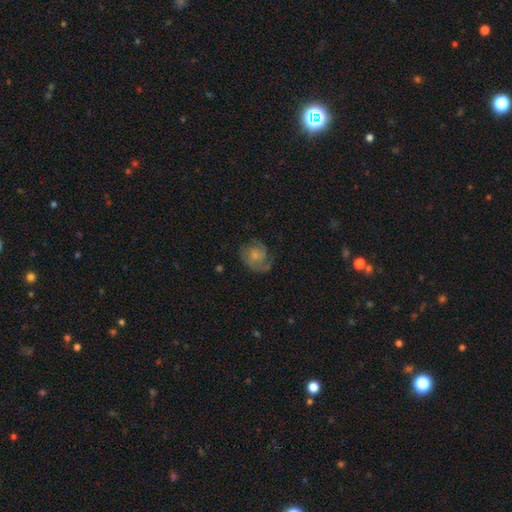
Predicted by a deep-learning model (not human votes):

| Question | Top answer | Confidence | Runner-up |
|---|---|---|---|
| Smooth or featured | featured or disk | 53% | smooth (38%) |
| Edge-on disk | no | 98% | yes (2%) |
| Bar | no | 74% | weak (23%) |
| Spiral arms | yes | 82% | no (18%) |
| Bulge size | small | 55% | moderate (24%) |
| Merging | none | 53% | minor disturbance (24%) |